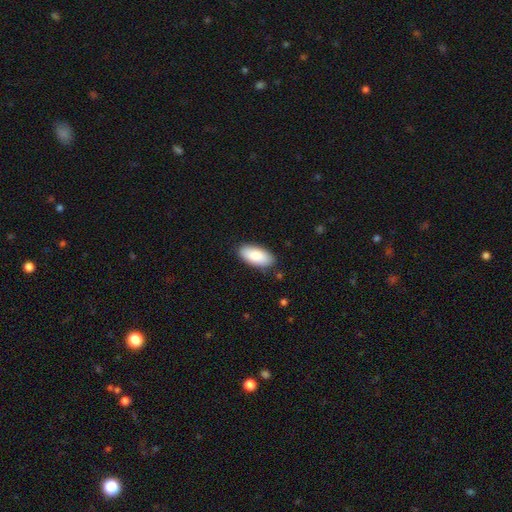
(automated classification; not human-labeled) A smooth galaxy with no disk features (84%) that is in between round and cigar-shaped (92%). Merging: none (86%).